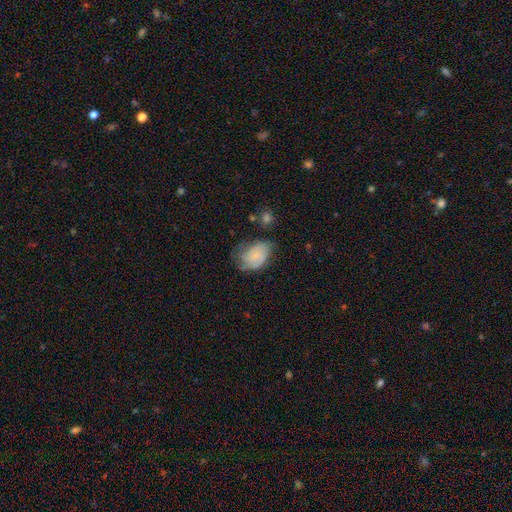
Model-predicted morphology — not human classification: The model was most divided on "smooth or featured": featured or disk: 48%, smooth: 44%, star or artifact: 8%. Remaining: merging — none (45%).